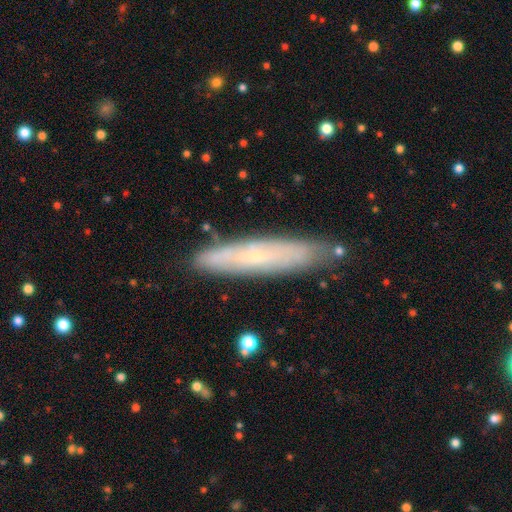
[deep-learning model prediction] Smooth or featured?
  - featured or disk: 54% *
  - smooth: 39%
  - star or artifact: 8%
Edge-on disk?
  - yes: 63% *
  - no: 37%
Merging?
  - none: 84% *
  - minor disturbance: 12%
  - major disturbance: 2%
  - merger: 2%